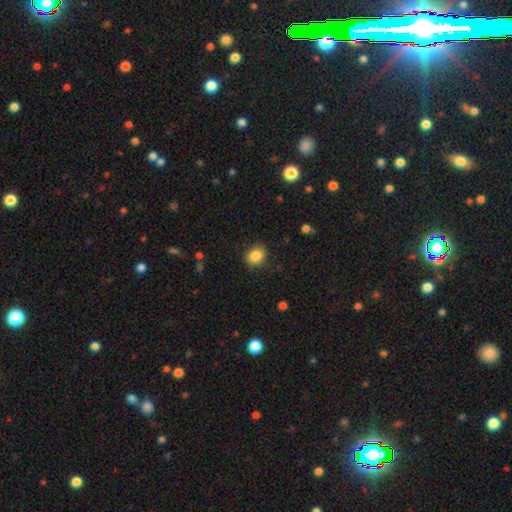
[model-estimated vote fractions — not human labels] This is clearly a smooth galaxy (86%). How rounded: possibly round (55%). Merging: clearly none (85%).